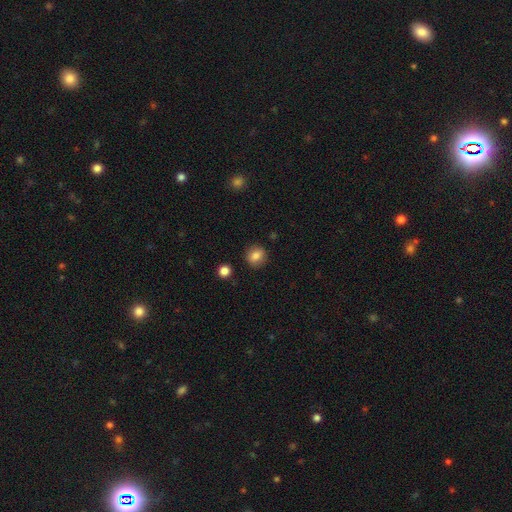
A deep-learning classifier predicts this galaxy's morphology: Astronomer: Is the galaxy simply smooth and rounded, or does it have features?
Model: smooth — 82%.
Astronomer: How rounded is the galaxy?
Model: round — 76%.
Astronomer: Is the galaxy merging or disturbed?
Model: none — 88%.